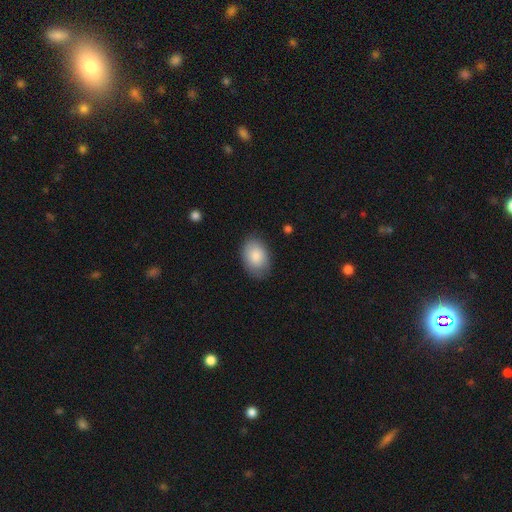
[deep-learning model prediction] This appears to be a smooth galaxy with no disk features (86%) that is in between round and cigar-shaped (86%). Merging: none (80%).